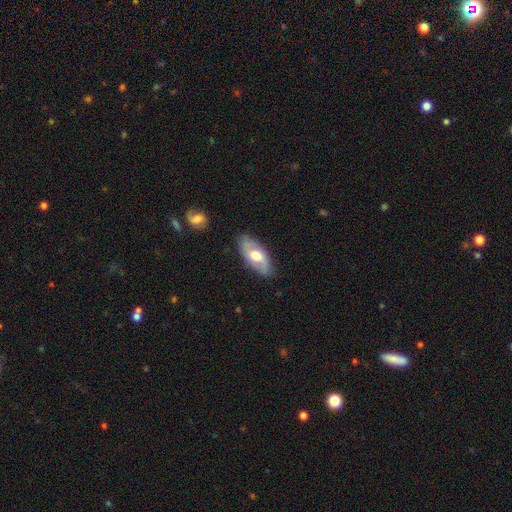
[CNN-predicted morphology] Smooth or featured? Predicted: featured or disk (p=0.51). Edge-on disk? Predicted: no (p=0.83). Merging? Predicted: none (p=0.80).